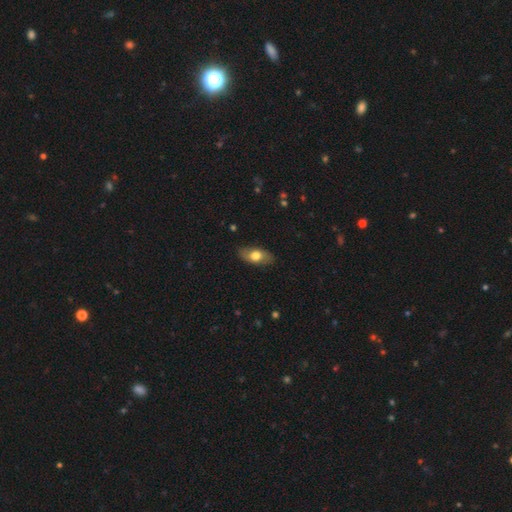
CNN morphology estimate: Smooth or featured? Predicted: smooth (p=0.68). How rounded? Predicted: in between (p=0.89). Merging? Predicted: none (p=0.83).